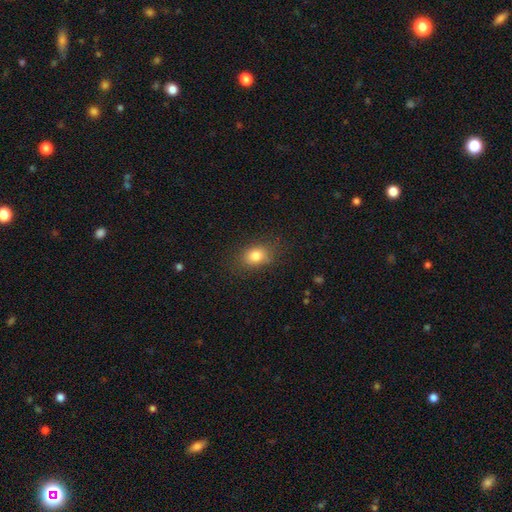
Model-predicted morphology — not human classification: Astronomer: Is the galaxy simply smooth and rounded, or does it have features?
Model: smooth — 82%.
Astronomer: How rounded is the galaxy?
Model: in between — 64%.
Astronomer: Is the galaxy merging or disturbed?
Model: none — 80%.